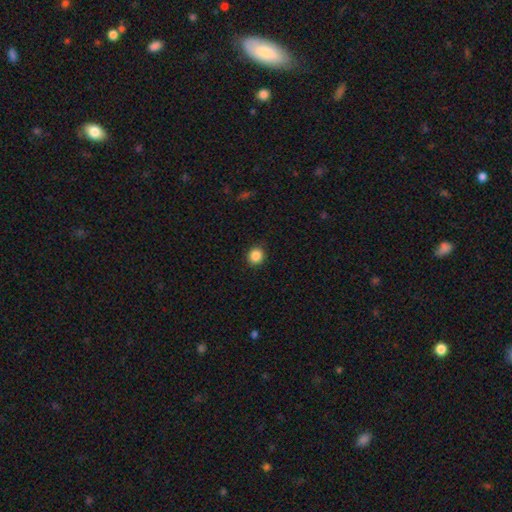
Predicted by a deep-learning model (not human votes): Smooth or featured: smooth — 87% (star or artifact — 10%)
How rounded: round — 88% (in between — 11%)
Merging: none — 90% (minor disturbance — 7%)